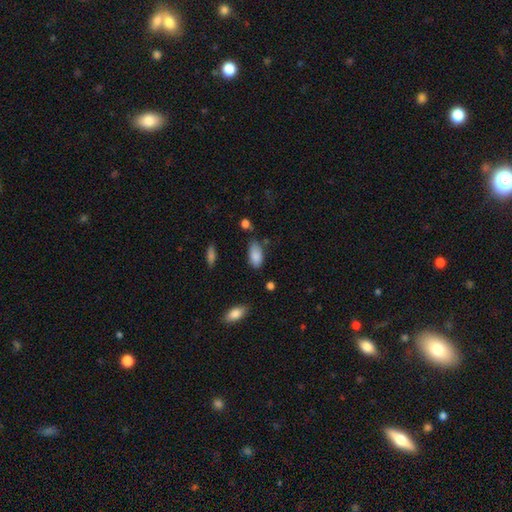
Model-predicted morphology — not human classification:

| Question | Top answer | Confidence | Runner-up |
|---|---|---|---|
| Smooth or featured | smooth | 86% | star or artifact (7%) |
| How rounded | in between | 93% | cigar-shaped (5%) |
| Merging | none | 62% | minor disturbance (28%) |